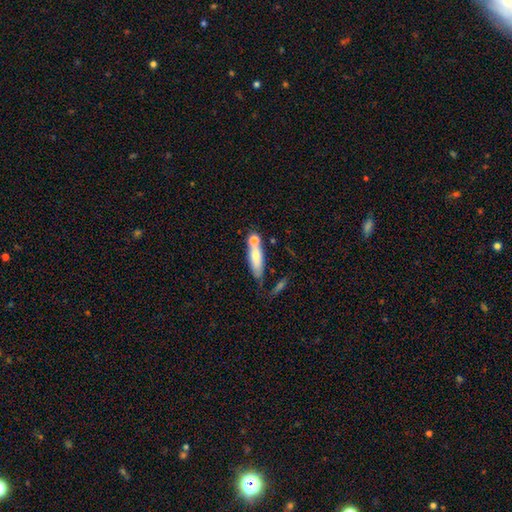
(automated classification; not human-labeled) The model was most divided on "merging": none: 43%, merger: 34%, minor disturbance: 16%, major disturbance: 7%. More confident: smooth or featured — smooth (67%); how rounded — cigar-shaped (53%).